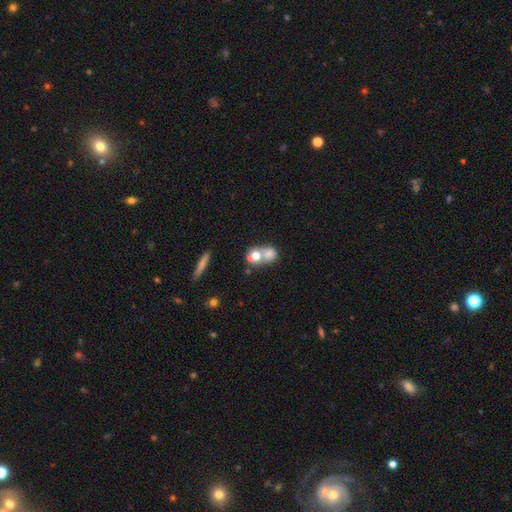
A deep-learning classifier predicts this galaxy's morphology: A smooth galaxy with no disk features (64%) that is round (54%).

Vote fractions:
- Smooth or featured? smooth: 64% / featured or disk: 25% / star or artifact: 11%
- How rounded? round: 54% / in between: 43% / cigar-shaped: 3%
- Merging? merger: 69% / none: 20% / minor disturbance: 6% / major disturbance: 5%